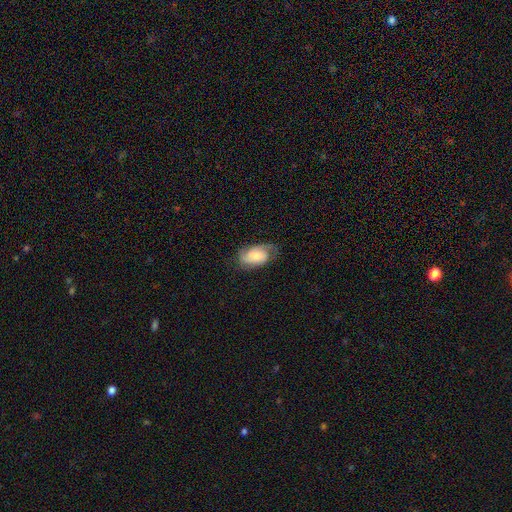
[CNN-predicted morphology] This appears to be a featured or disk galaxy (52%). Merging: none (58%).